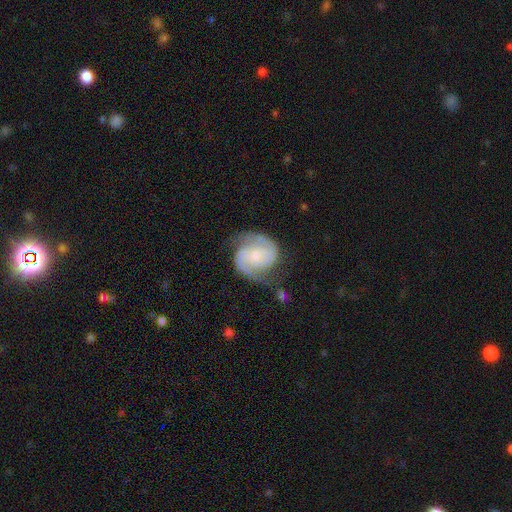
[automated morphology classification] Smooth or featured? featured or disk (86%)
Edge-on disk? no (98%)
Bar? no (56%)
Spiral arms? yes (97%)
Spiral winding? medium (50%)
Spiral arm count? 2 (92%)
Bulge size? small (47%)
Merging? none (72%)